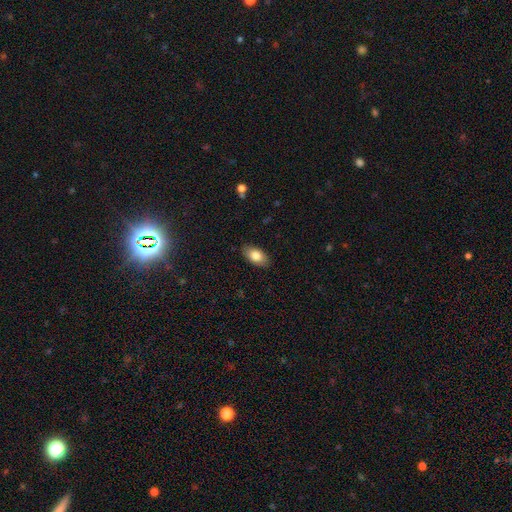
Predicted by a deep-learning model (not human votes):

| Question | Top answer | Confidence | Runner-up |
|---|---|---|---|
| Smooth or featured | smooth | 82% | featured or disk (12%) |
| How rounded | in between | 93% | round (5%) |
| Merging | none | 87% | minor disturbance (10%) |